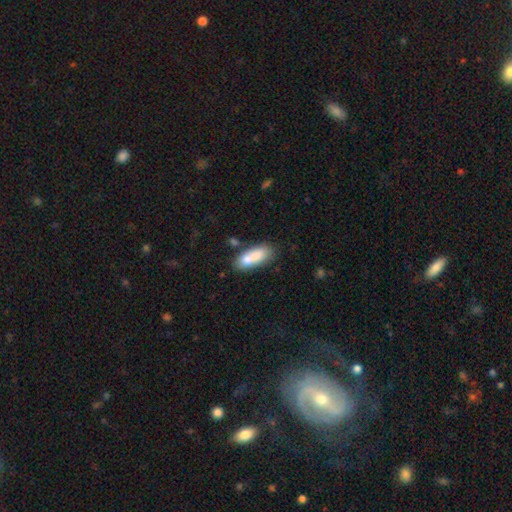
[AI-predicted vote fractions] smooth-or-featured: smooth: 76% | featured or disk: 16% | star or artifact: 7%
  how-rounded: in between: 73% | cigar-shaped: 24% | round: 3%
  merging: none: 49% | merger: 28% | minor disturbance: 18% | major disturbance: 6%